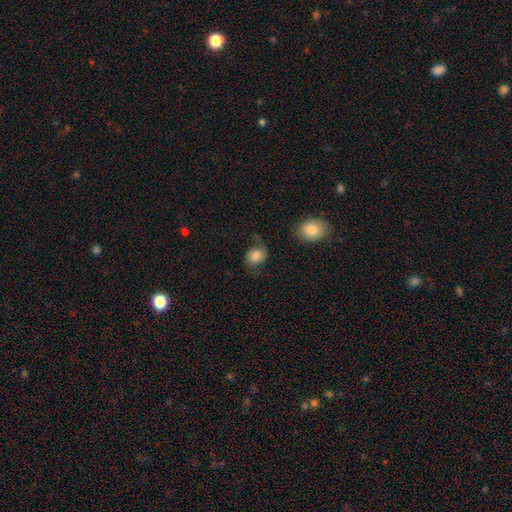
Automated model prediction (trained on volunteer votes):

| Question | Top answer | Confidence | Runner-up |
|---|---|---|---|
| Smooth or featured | smooth | 67% | featured or disk (24%) |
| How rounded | round | 55% | in between (44%) |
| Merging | none | 55% | minor disturbance (24%) |